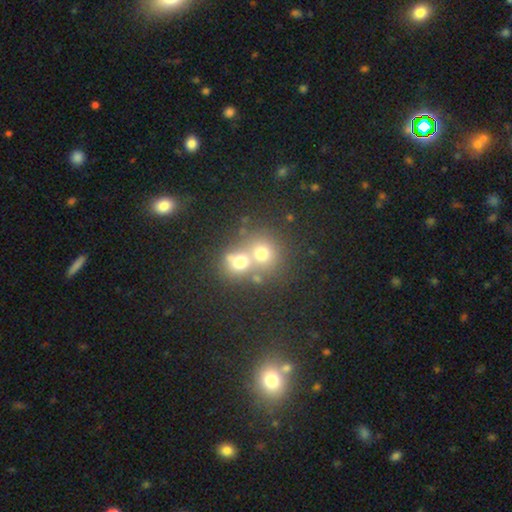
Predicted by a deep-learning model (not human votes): This appears to be a smooth galaxy with no disk features (65%) that is round (78%). Merging: merger (55%).